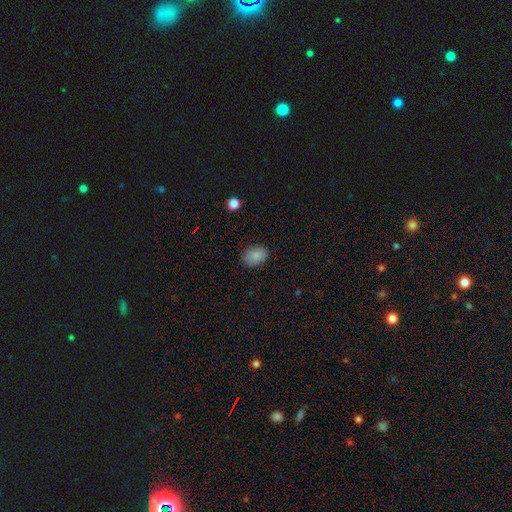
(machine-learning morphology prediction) Q: Smooth or featured?
A: smooth (86%); runner-up: star or artifact (9%)
Q: How rounded?
A: in between (73%); runner-up: round (26%)
Q: Merging?
A: none (83%); runner-up: minor disturbance (12%)